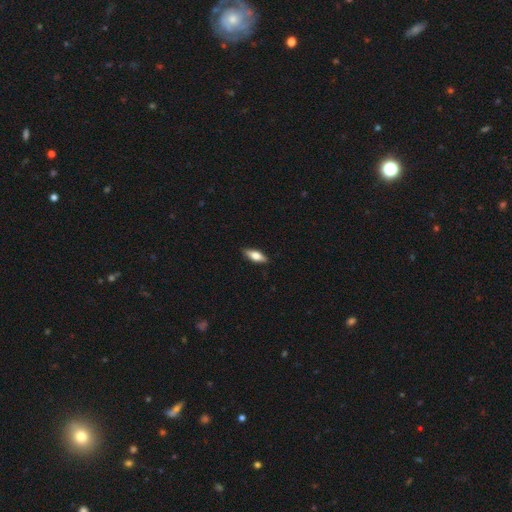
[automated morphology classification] A smooth galaxy with no disk features (63%) that is in between round and cigar-shaped (66%).

Vote fractions:
- Smooth or featured? smooth: 63% / featured or disk: 30% / star or artifact: 6%
- How rounded? in between: 66% / cigar-shaped: 31% / round: 3%
- Merging? none: 88% / minor disturbance: 9% / major disturbance: 2% / merger: 1%